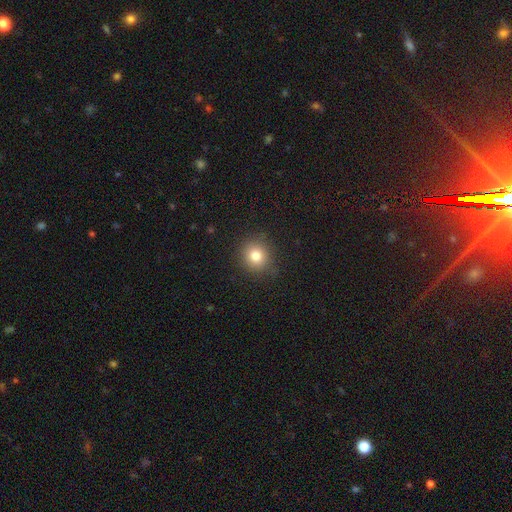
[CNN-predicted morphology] Smooth or featured? Predicted: smooth (p=0.80). How rounded? Predicted: round (p=0.87). Merging? Predicted: none (p=0.87).